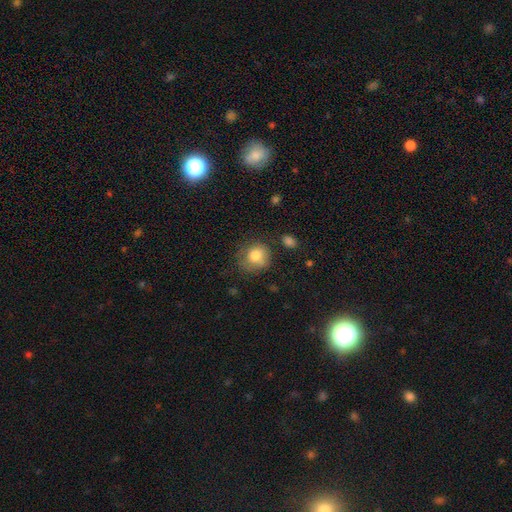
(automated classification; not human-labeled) Morphology: type=smooth (79%); roundness=round (80%); merging=none (61%).